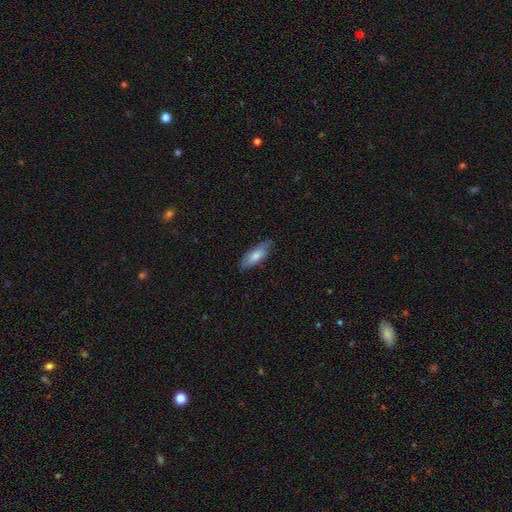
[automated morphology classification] smooth_or_featured: smooth (p=0.76) [alt: featured or disk p=0.18]
how_rounded: in between (p=0.64) [alt: cigar-shaped p=0.34]
merging: none (p=0.77) [alt: minor disturbance p=0.19]